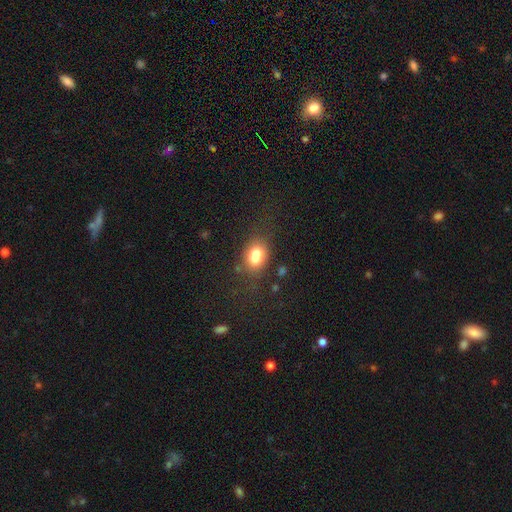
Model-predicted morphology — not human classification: smooth_or_featured: smooth (p=0.78) [alt: featured or disk p=0.12]
how_rounded: in between (p=0.70) [alt: round p=0.29]
merging: none (p=0.54) [alt: minor disturbance p=0.19]